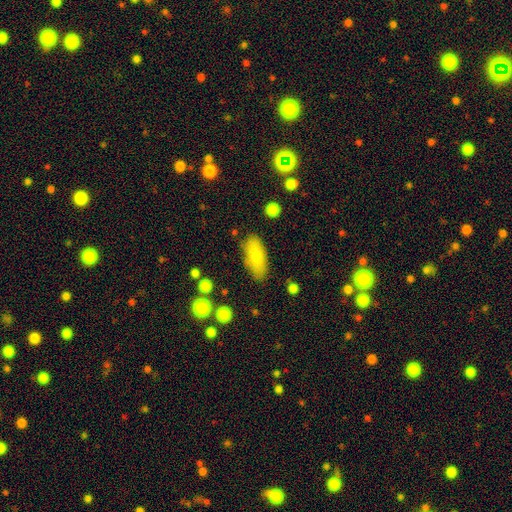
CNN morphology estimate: Smooth or featured: smooth — 85% (featured or disk — 9%)
How rounded: in between — 81% (cigar-shaped — 17%)
Merging: none — 82% (minor disturbance — 12%)